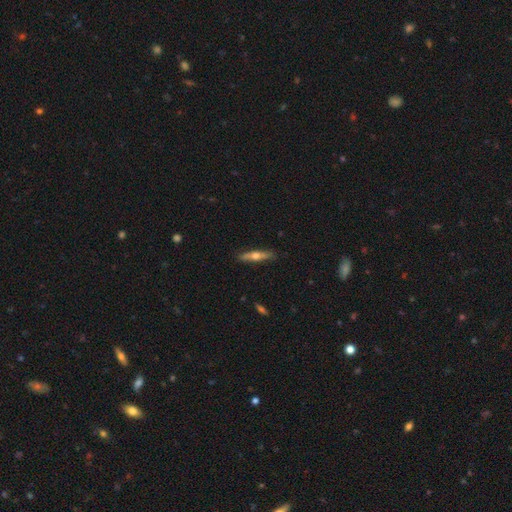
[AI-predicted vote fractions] Morphology: type=featured or disk (53%); edge-on=yes (92%); merging=none (88%).